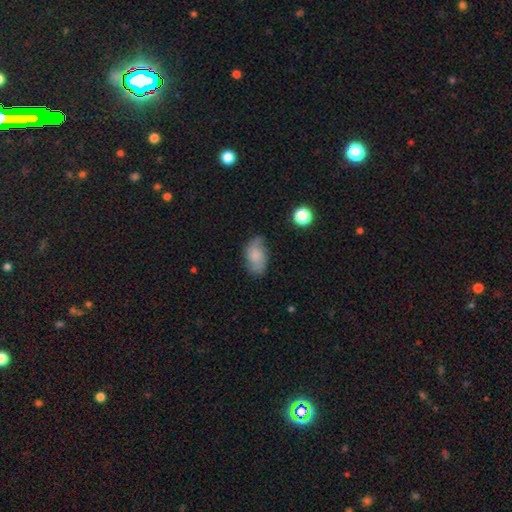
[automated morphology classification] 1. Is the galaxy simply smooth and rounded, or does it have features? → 65% smooth, 26% featured or disk, 9% star or artifact.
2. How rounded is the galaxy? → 90% in between, 9% round, 2% cigar-shaped.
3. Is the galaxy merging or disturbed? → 60% none, 29% minor disturbance, 9% major disturbance, 2% merger.